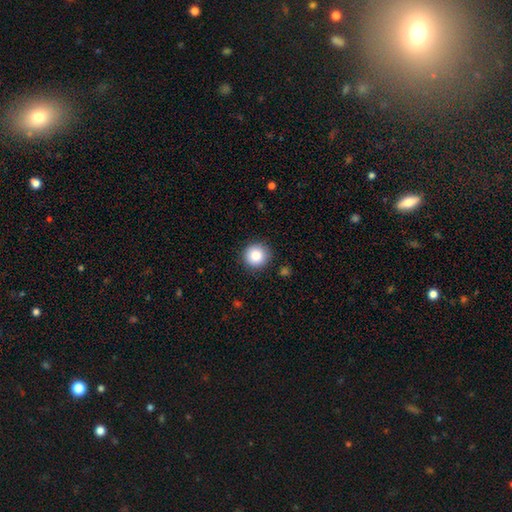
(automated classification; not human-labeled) Overall: smooth (85%). How rounded: round (95%). Merging: none (90%).